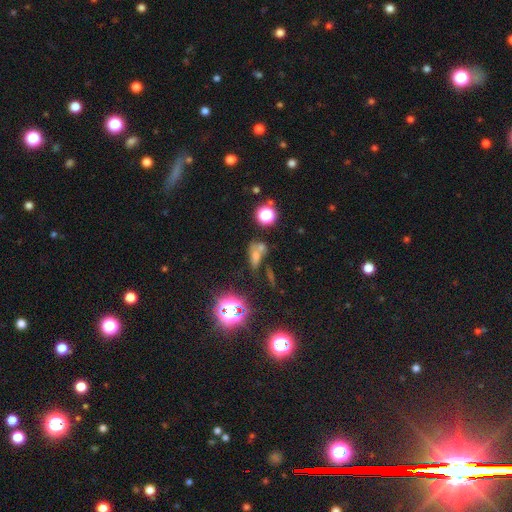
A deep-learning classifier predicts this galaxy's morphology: A smooth galaxy with no disk features (49%). Merging: merger (47%).